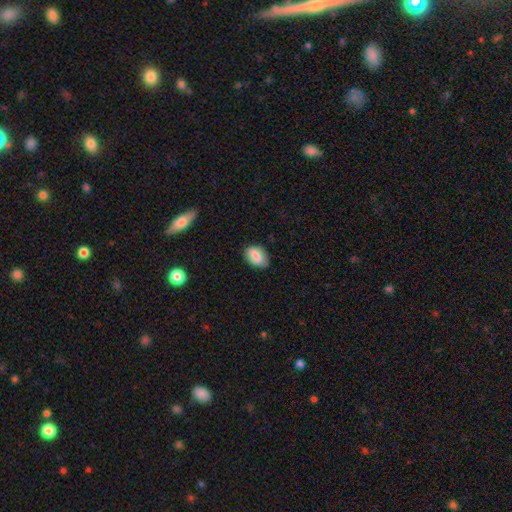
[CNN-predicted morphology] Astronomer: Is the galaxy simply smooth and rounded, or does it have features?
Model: smooth — 75%.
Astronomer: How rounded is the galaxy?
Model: in between — 83%.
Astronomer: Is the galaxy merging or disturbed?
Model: none — 70%.